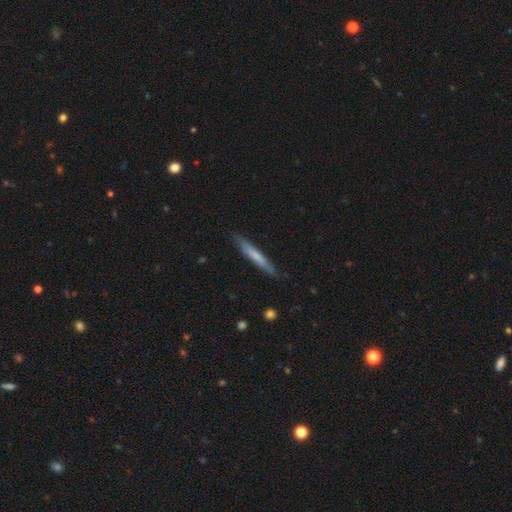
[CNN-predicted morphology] The model was most divided on "smooth or featured": smooth: 62%, featured or disk: 33%, star or artifact: 5%. More confident: how rounded — cigar-shaped (95%); merging — none (86%).